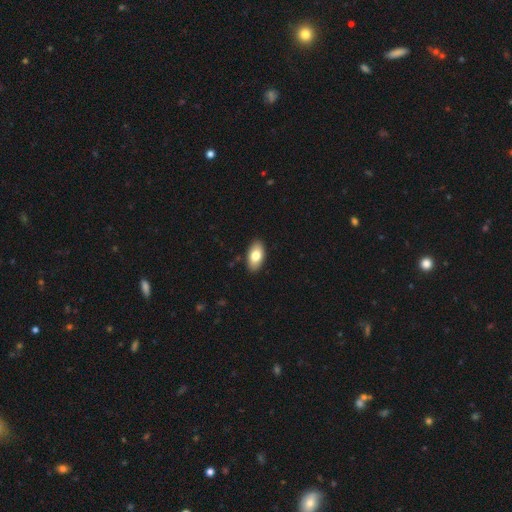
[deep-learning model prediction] Overall: smooth (79%). How rounded: in between (94%). Merging: none (89%).